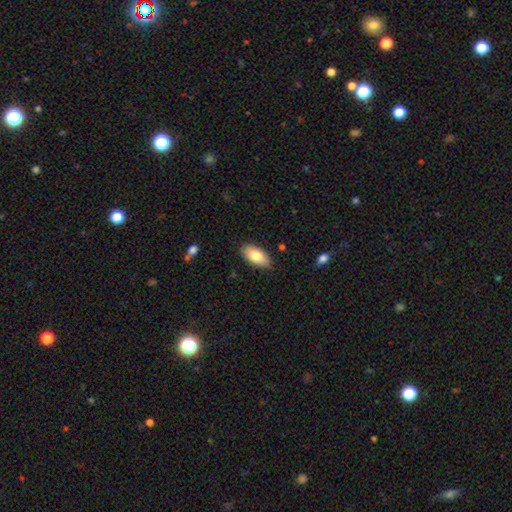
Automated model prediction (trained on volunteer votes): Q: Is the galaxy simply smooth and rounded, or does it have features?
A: smooth — 80%.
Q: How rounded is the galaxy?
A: in between — 93%.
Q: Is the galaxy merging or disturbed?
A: none — 86%.